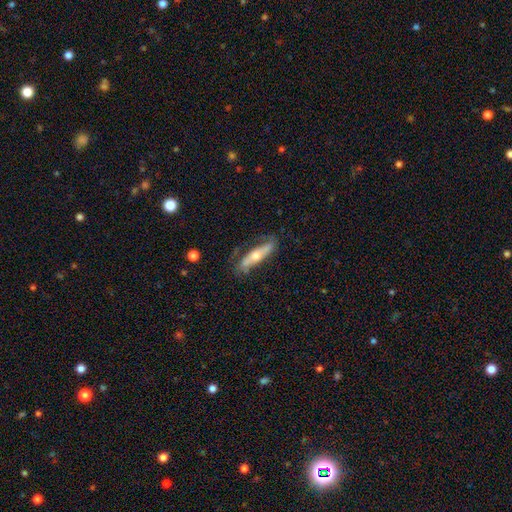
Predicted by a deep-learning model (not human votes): This appears to be a featured or disk galaxy (52%) viewed edge-on (58%). Merging: none (69%).